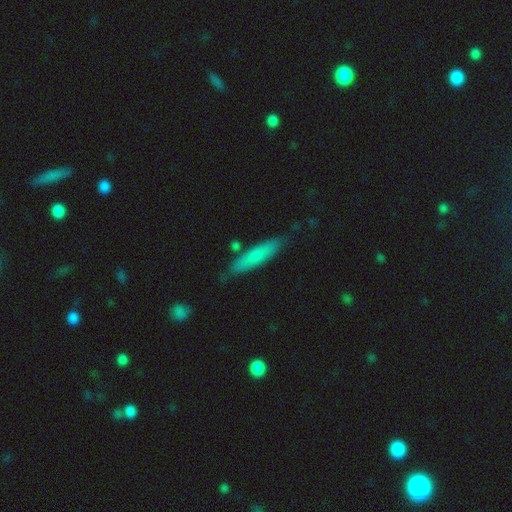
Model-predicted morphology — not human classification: Smooth or featured? smooth (73%)
How rounded? cigar-shaped (80%)
Merging? none (79%)